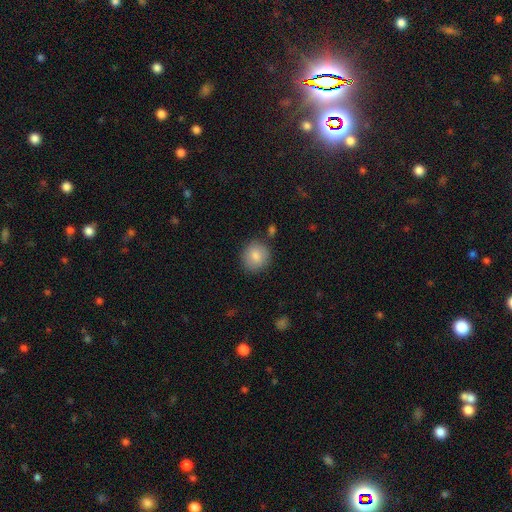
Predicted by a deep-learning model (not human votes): Smooth or featured? Predicted: smooth (p=0.85). How rounded? Predicted: round (p=0.87). Merging? Predicted: none (p=0.83).